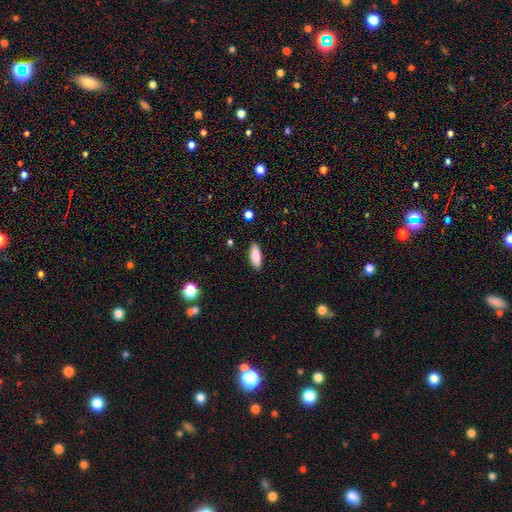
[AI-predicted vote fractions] smooth-or-featured: smooth: 85% | featured or disk: 9% | star or artifact: 7%
  how-rounded: in between: 64% | cigar-shaped: 34% | round: 2%
  merging: none: 89% | minor disturbance: 8% | major disturbance: 2% | merger: 1%